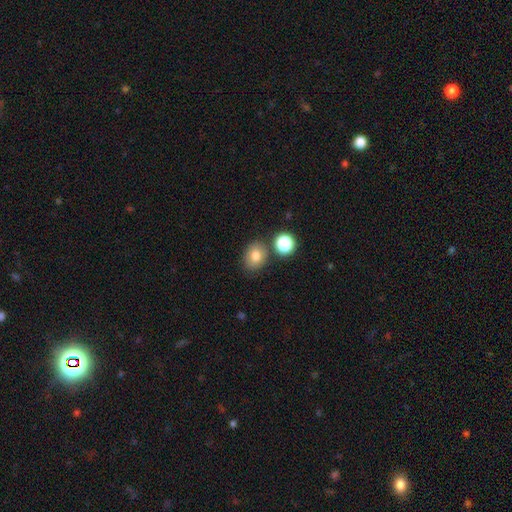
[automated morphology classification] A smooth galaxy with no disk features (76%) that is round (54%). Merging: none (75%).